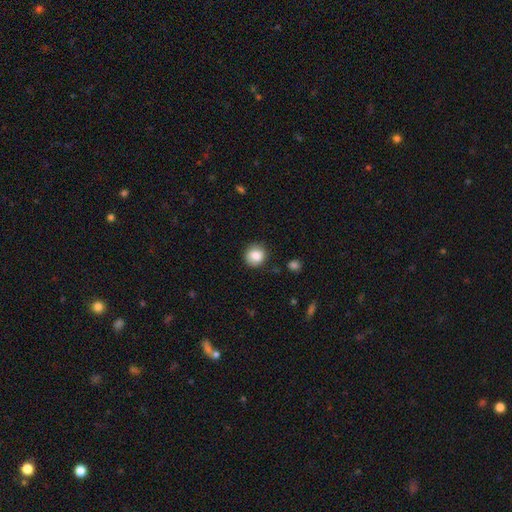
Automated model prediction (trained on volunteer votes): Smooth or featured: smooth — 84% (star or artifact — 9%)
How rounded: round — 87% (in between — 12%)
Merging: none — 84% (minor disturbance — 11%)